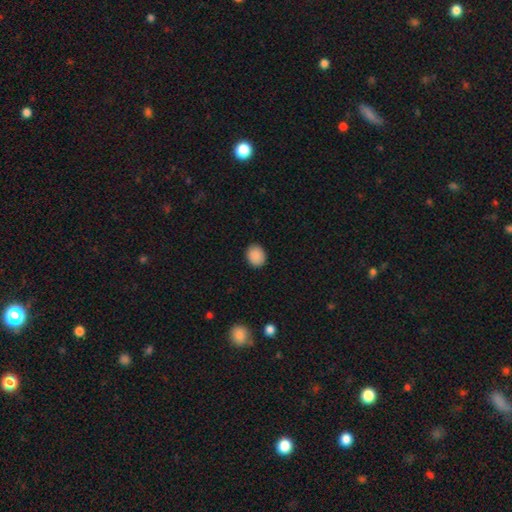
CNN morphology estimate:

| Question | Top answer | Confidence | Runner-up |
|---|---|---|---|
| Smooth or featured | smooth | 89% | star or artifact (8%) |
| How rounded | round | 56% | in between (43%) |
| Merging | none | 89% | minor disturbance (8%) |